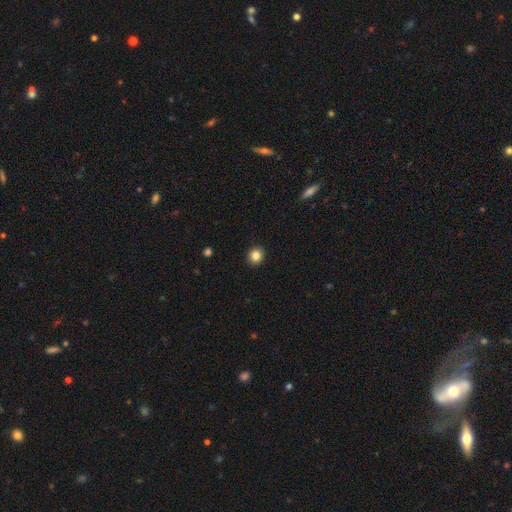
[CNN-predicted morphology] Smooth or featured?
  - smooth: 84% *
  - star or artifact: 10%
  - featured or disk: 5%
How rounded?
  - round: 82% *
  - in between: 17%
  - cigar-shaped: 1%
Merging?
  - none: 92% *
  - minor disturbance: 5%
  - major disturbance: 2%
  - merger: 1%